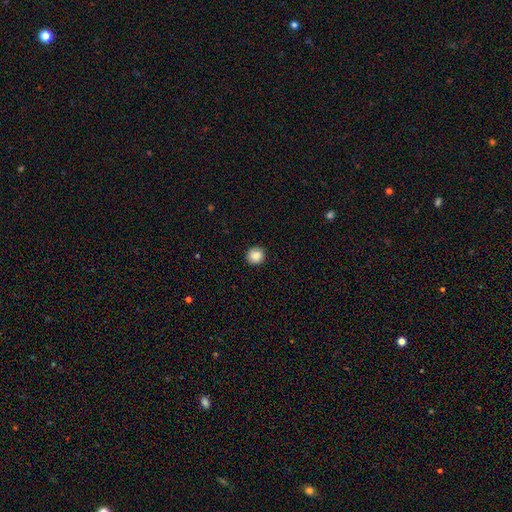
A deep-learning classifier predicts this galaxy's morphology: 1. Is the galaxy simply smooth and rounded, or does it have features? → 87% smooth, 9% star or artifact, 4% featured or disk.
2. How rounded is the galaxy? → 91% round, 8% in between, 1% cigar-shaped.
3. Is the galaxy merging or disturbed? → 90% none, 8% minor disturbance, 2% major disturbance, 1% merger.